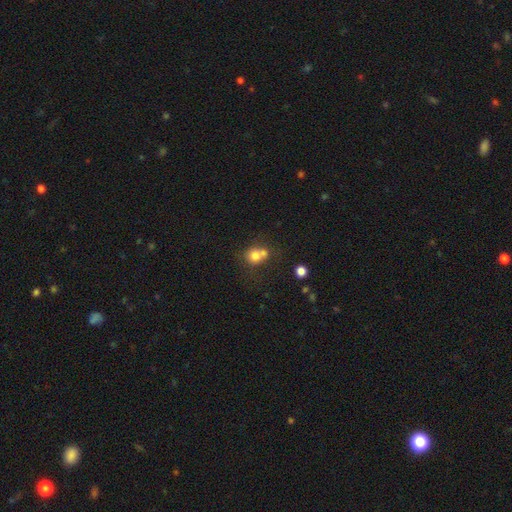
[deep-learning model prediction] Smooth or featured? smooth (73%)
How rounded? round (77%)
Merging? merger (49%)